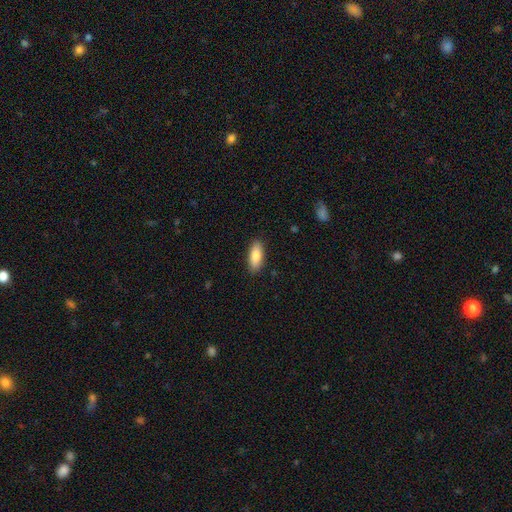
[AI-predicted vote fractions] Morphology: type=smooth (82%); roundness=in between (76%); merging=none (88%).